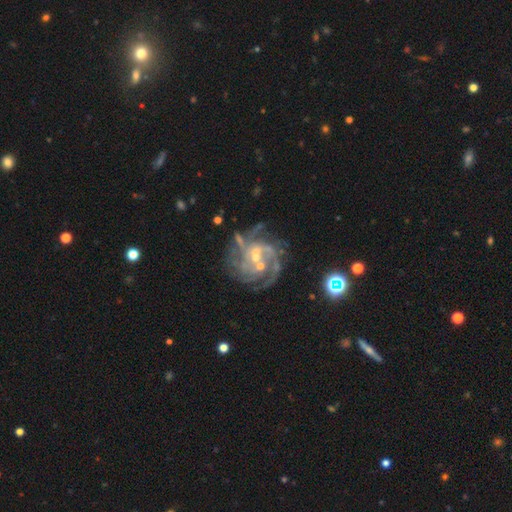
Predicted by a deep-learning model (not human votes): This is clearly a featured or disk galaxy (86%). It is clearly not viewed edge-on (98%). Bar: possibly no (53%). Spiral arm pattern: clearly yes (94%). Spiral arm count: marginally can't tell (26%). Spiral winding: marginally medium (44%). Central bulge: likely small (62%). Merging: possibly none (56%).